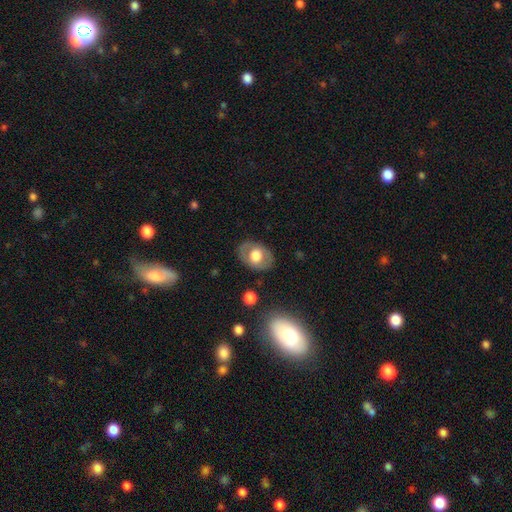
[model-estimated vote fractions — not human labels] This appears to be a smooth galaxy with no disk features (53%) that is in between round and cigar-shaped (71%). Merging: none (81%).